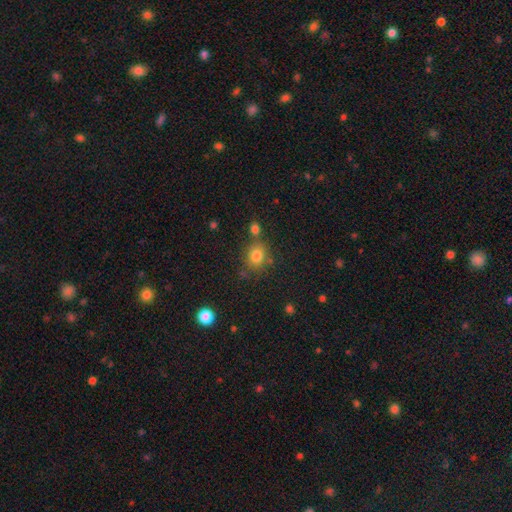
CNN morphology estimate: A smooth galaxy with no disk features (79%) that is round (68%).

Vote fractions:
- Smooth or featured? smooth: 79% / star or artifact: 13% / featured or disk: 8%
- How rounded? round: 68% / in between: 31% / cigar-shaped: 1%
- Merging? none: 68% / merger: 15% / minor disturbance: 13% / major disturbance: 4%